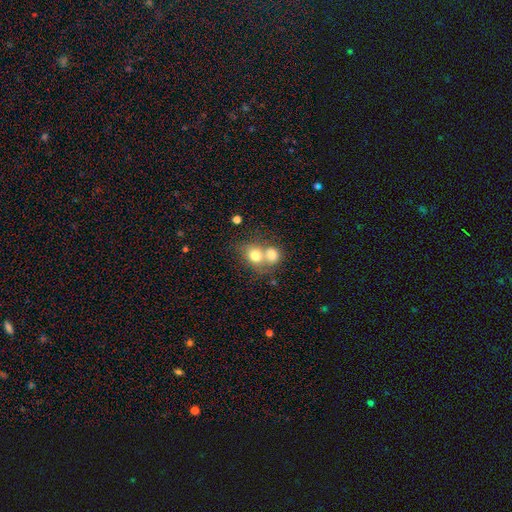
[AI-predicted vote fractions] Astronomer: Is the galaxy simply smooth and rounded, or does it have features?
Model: smooth — 75%.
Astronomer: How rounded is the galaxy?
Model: round — 61% (runner-up: in between, 38%).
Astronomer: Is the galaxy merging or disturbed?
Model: merger — 62%.